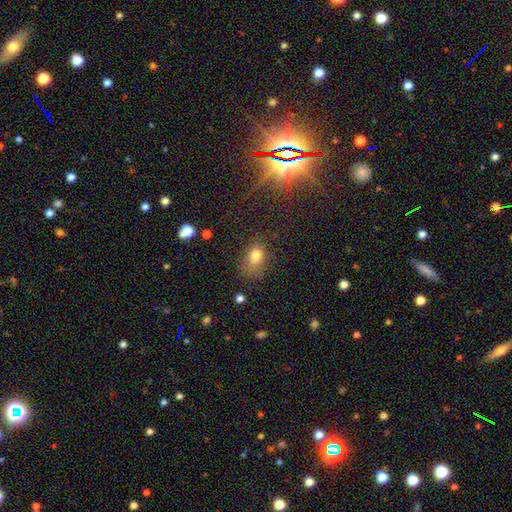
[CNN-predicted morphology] smooth-or-featured: smooth: 77% | star or artifact: 14% | featured or disk: 9%
  how-rounded: in between: 68% | round: 30% | cigar-shaped: 2%
  merging: none: 62% | minor disturbance: 23% | major disturbance: 12% | merger: 3%